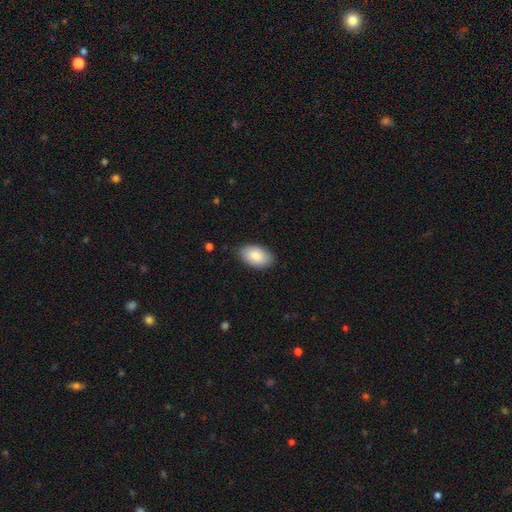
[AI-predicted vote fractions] Smooth or featured? Predicted: smooth (p=0.86). How rounded? Predicted: in between (p=0.94). Merging? Predicted: none (p=0.83).